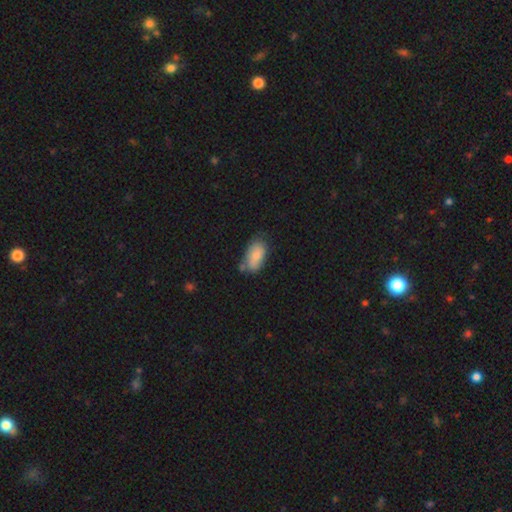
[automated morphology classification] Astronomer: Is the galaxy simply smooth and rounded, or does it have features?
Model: smooth — 80%.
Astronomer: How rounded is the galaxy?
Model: in between — 93%.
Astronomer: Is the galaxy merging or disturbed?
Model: none — 56%.